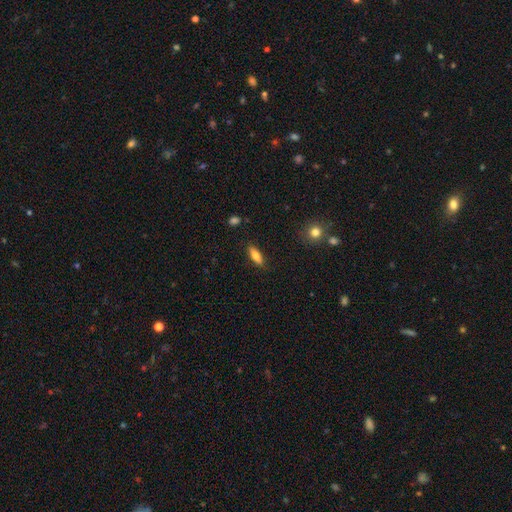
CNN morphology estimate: Smooth or featured? smooth (75%)
How rounded? in between (59%)
Merging? none (86%)